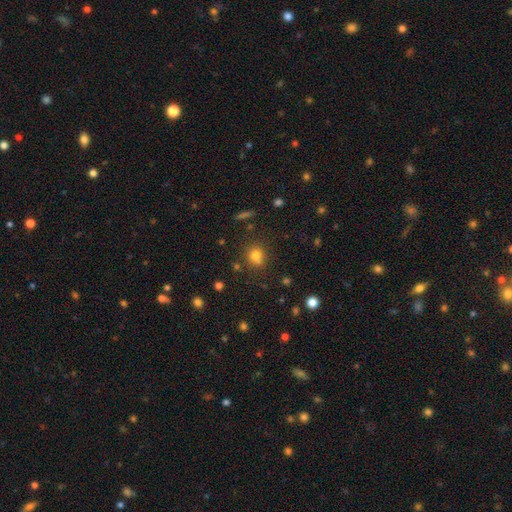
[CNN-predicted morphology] Q: Smooth or featured?
A: smooth (77%); runner-up: star or artifact (15%)
Q: How rounded?
A: round (76%); runner-up: in between (23%)
Q: Merging?
A: none (75%); runner-up: minor disturbance (13%)